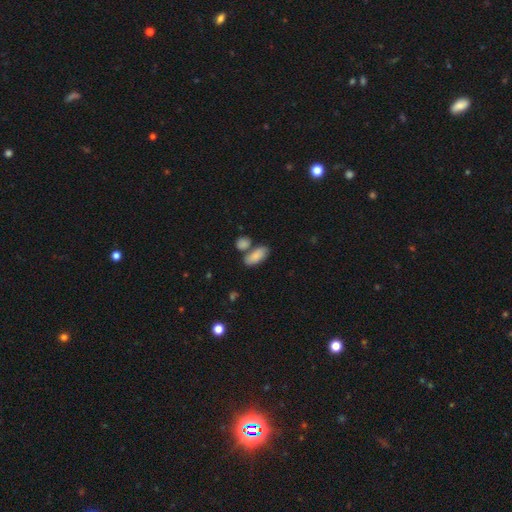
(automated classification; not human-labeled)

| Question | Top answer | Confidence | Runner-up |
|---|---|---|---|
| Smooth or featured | smooth | 84% | featured or disk (10%) |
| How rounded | in between | 88% | cigar-shaped (8%) |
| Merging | none | 55% | merger (27%) |